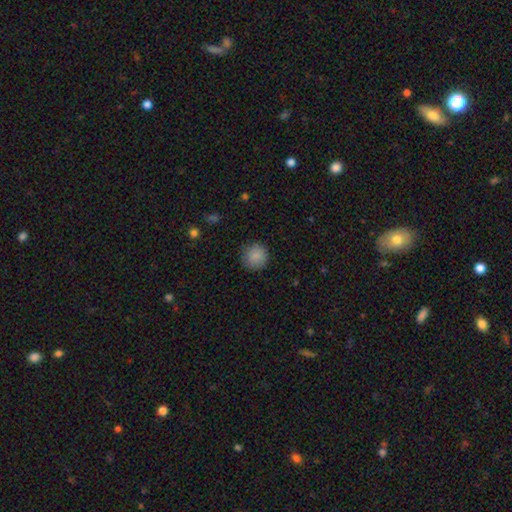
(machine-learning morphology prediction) type=smooth (88%); roundness=round (94%); merging=none (89%).